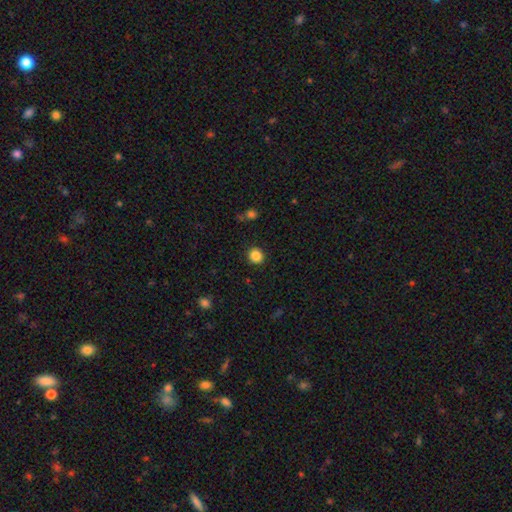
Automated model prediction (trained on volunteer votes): Q: Smooth or featured?
A: smooth (86%); runner-up: star or artifact (10%)
Q: How rounded?
A: round (85%); runner-up: in between (14%)
Q: Merging?
A: none (90%); runner-up: minor disturbance (6%)